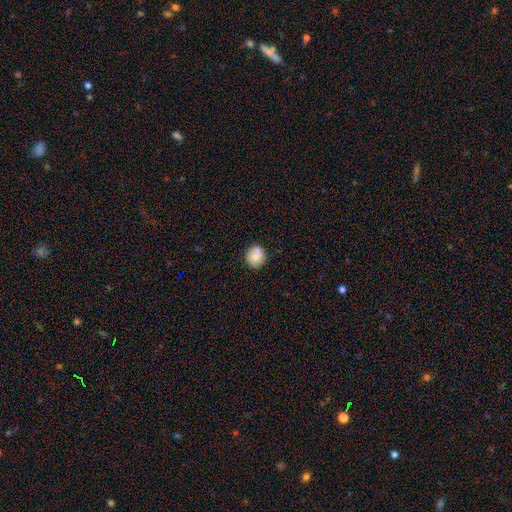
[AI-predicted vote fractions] smooth-or-featured: smooth: 67% | featured or disk: 24% | star or artifact: 9%
  how-rounded: round: 87% | in between: 12% | cigar-shaped: 1%
  merging: none: 72% | minor disturbance: 15% | merger: 10% | major disturbance: 4%